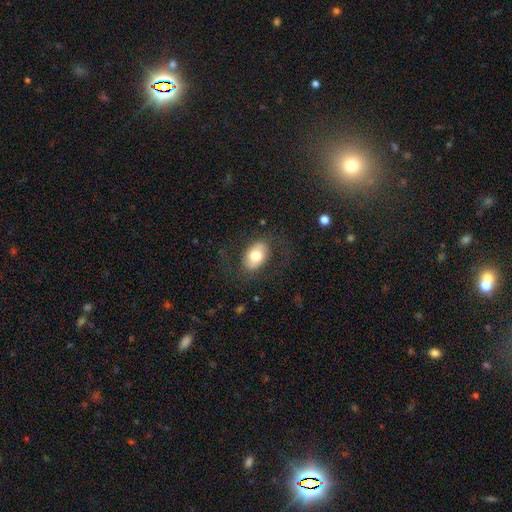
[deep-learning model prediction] Smooth or featured? Predicted: smooth (p=0.67). How rounded? Predicted: in between (p=0.87). Merging? Predicted: none (p=0.75).